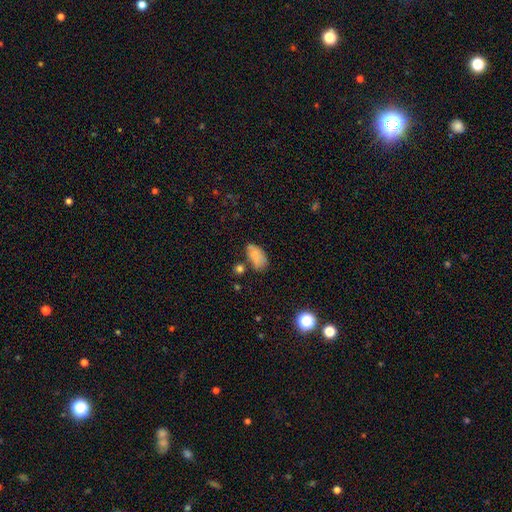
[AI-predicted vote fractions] This is likely a smooth galaxy (78%). How rounded: clearly in between (92%). Merging: possibly none (52%).